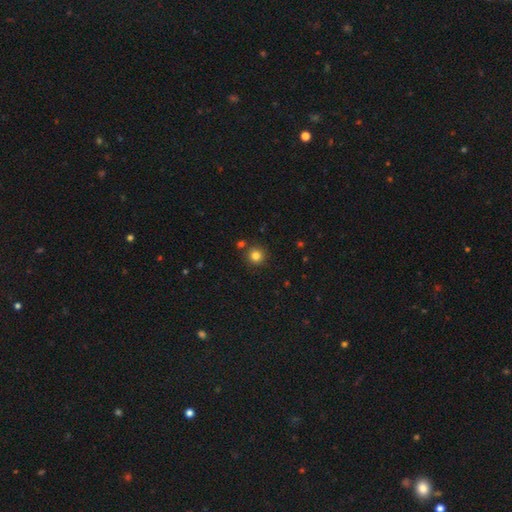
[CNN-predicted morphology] Smooth or featured? smooth (81%)
How rounded? round (95%)
Merging? none (86%)